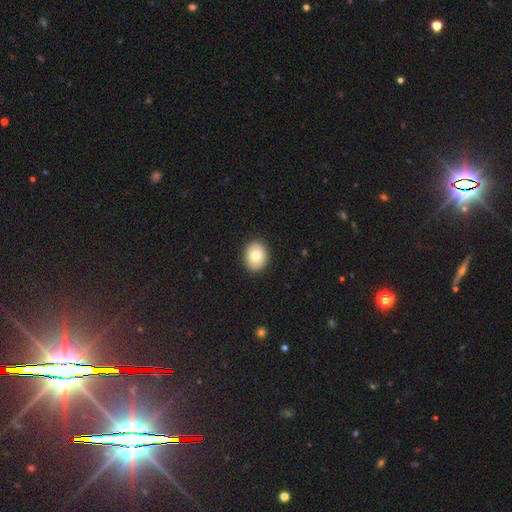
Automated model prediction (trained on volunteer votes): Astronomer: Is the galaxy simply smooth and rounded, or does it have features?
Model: smooth — 76%.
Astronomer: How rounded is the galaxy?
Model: round — 59% (runner-up: in between, 40%).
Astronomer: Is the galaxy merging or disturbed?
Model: none — 91%.